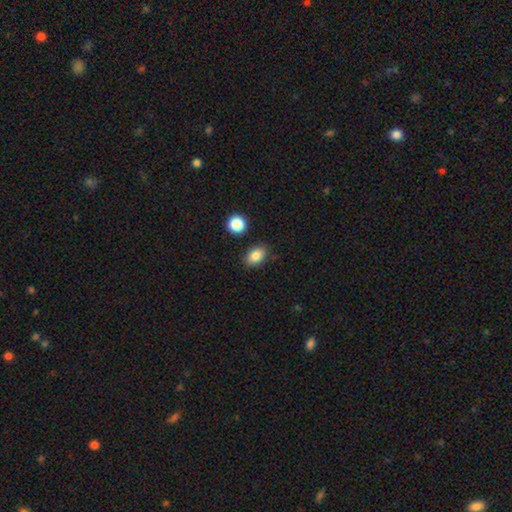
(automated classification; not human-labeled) The model was most divided on "how rounded": in between: 82%, round: 17%, cigar-shaped: 2%. More confident: merging — none (84%); smooth or featured — smooth (84%).